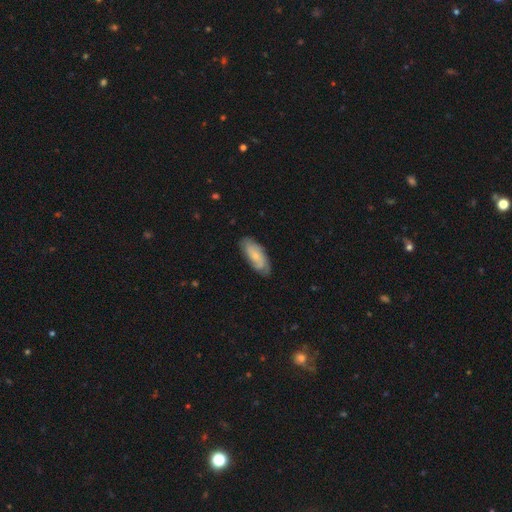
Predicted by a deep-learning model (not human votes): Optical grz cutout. It shows a smooth galaxy with no disk features (50%). Merging: none (75%).